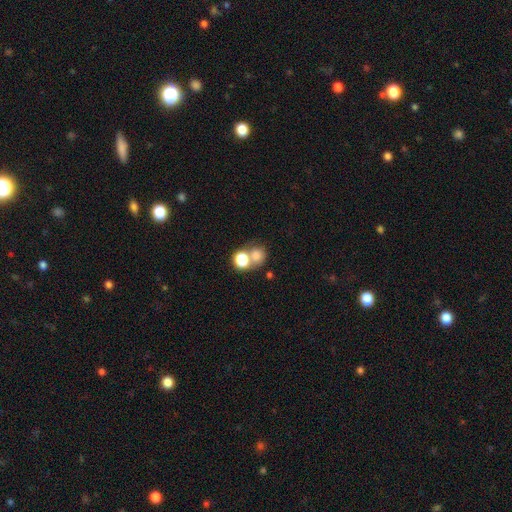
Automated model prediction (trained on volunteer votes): Smooth or featured?
  - smooth: 75% *
  - star or artifact: 14%
  - featured or disk: 11%
How rounded?
  - round: 76% *
  - in between: 23%
  - cigar-shaped: 1%
Merging?
  - merger: 49% *
  - none: 38%
  - minor disturbance: 8%
  - major disturbance: 5%